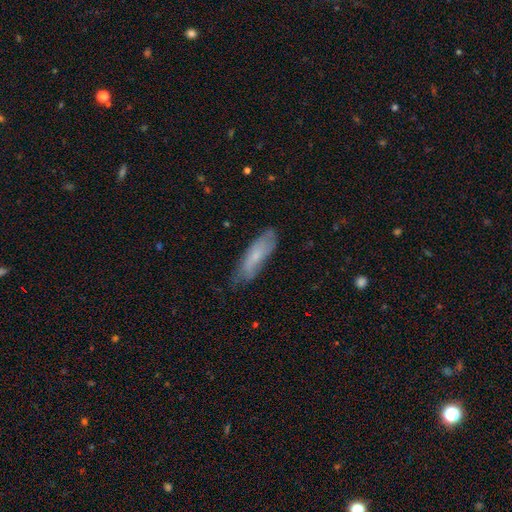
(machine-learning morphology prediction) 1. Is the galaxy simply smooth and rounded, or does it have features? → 59% smooth, 34% featured or disk, 7% star or artifact.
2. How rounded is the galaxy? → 54% cigar-shaped, 44% in between, 2% round.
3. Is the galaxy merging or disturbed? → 67% none, 25% minor disturbance, 6% major disturbance, 2% merger.